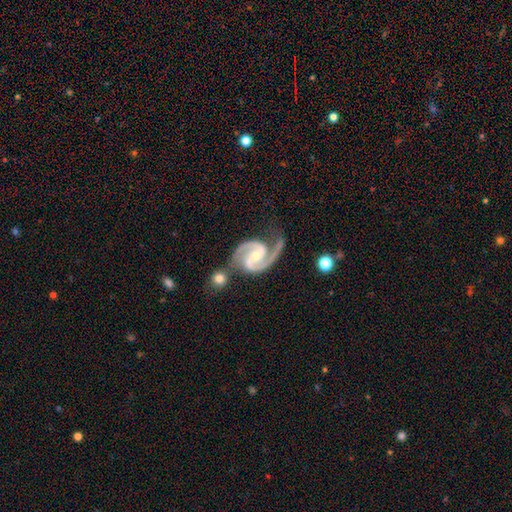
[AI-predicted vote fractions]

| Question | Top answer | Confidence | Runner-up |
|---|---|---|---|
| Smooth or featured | featured or disk | 94% | star or artifact (4%) |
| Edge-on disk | no | 98% | yes (2%) |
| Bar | weak | 42% | strong (35%) |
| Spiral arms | yes | 99% | no (1%) |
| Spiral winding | medium | 65% | tight (23%) |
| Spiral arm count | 2 | 93% | 3 (3%) |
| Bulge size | small | 49% | moderate (47%) |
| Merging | none | 56% | minor disturbance (20%) |